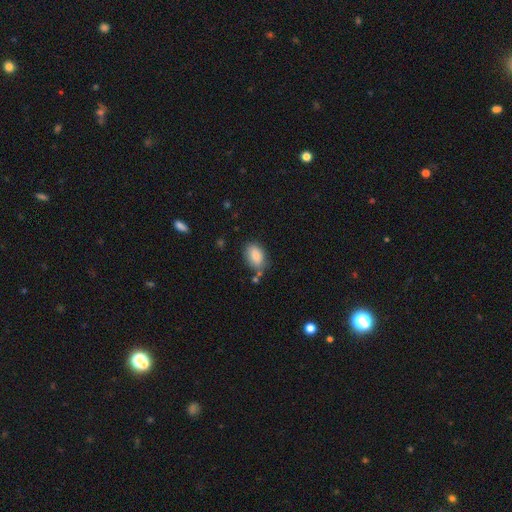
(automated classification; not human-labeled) Morphology: type=smooth (86%); roundness=in between (86%); merging=none (70%).